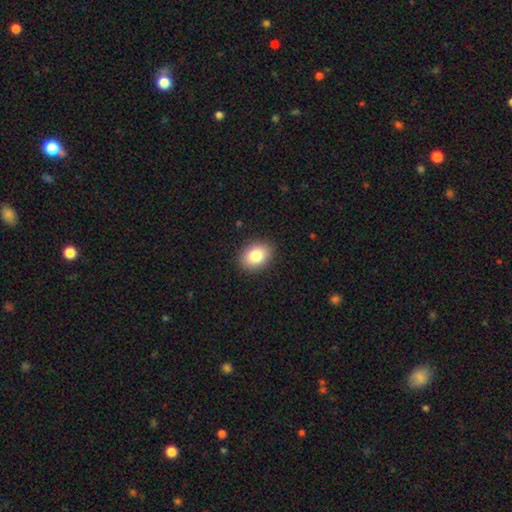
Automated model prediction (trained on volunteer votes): Overall: smooth (83%). How rounded: in between (66%; round 33%). Merging: none (89%).